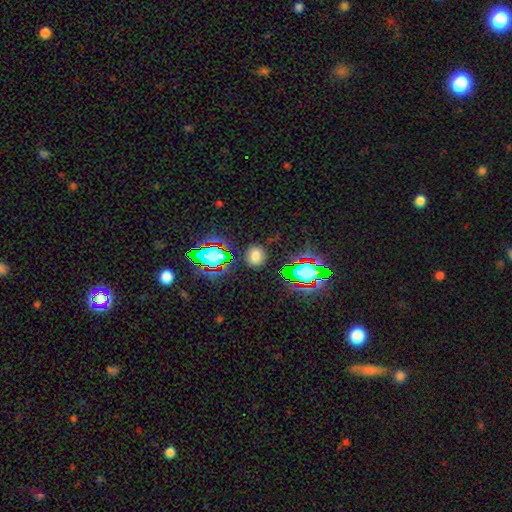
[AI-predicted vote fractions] smooth_or_featured: smooth (p=0.67) [alt: star or artifact p=0.25]
how_rounded: round (p=0.73) [alt: in between p=0.25]
merging: none (p=0.85) [alt: minor disturbance p=0.09]